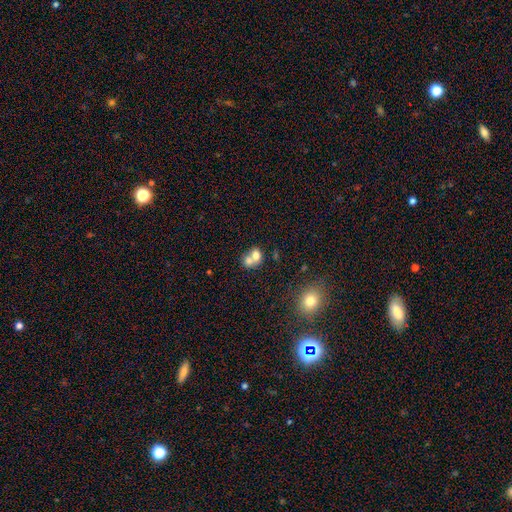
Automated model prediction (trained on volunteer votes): This appears to be a smooth galaxy with no disk features (69%) that is round (54%). Merging: merger (68%).